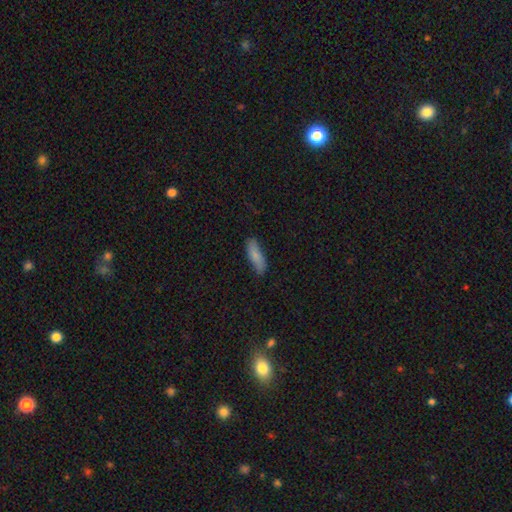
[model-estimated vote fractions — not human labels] smooth 83%, featured or disk 11%, star or artifact 6%. Down the decision tree: how rounded — cigar-shaped (49%, tied with in between); merging — none (79%).